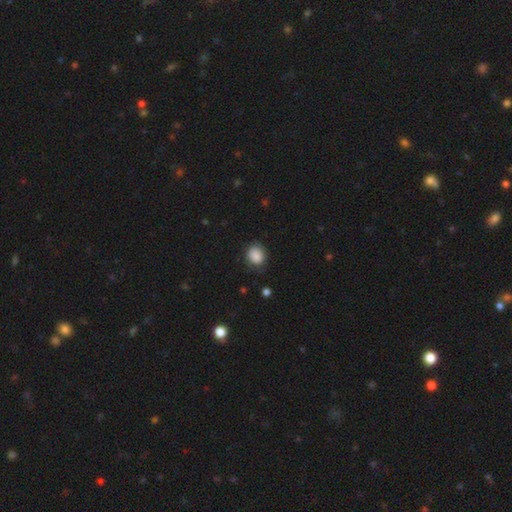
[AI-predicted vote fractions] smooth_or_featured: smooth (p=0.86) [alt: star or artifact p=0.08]
how_rounded: round (p=0.62) [alt: in between p=0.37]
merging: none (p=0.77) [alt: minor disturbance p=0.17]